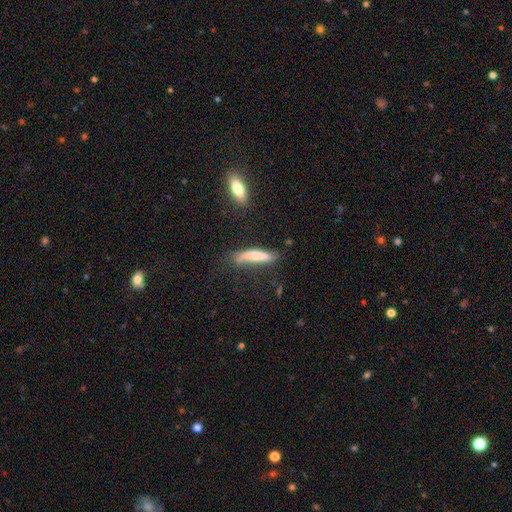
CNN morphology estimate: A smooth galaxy with no disk features (70%) that is cigar-shaped (83%).

Vote fractions:
- Smooth or featured? smooth: 70% / featured or disk: 23% / star or artifact: 7%
- How rounded? cigar-shaped: 83% / in between: 15% / round: 2%
- Merging? none: 51% / minor disturbance: 29% / major disturbance: 14% / merger: 6%